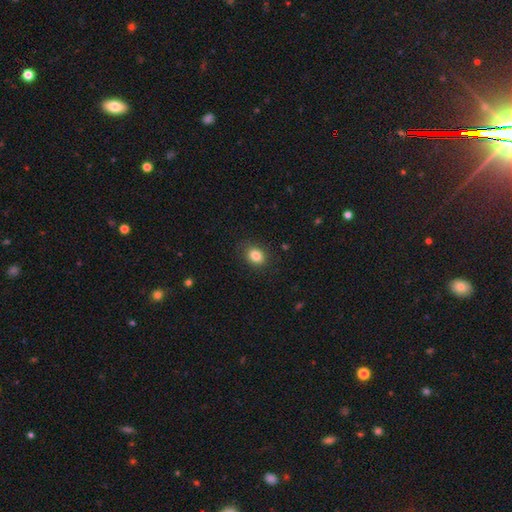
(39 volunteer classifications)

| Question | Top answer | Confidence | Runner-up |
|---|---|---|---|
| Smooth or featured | smooth | 87% | star or artifact (8%) |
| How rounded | in between | 65% | round (35%) |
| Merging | none | 92% | minor disturbance (8%) |